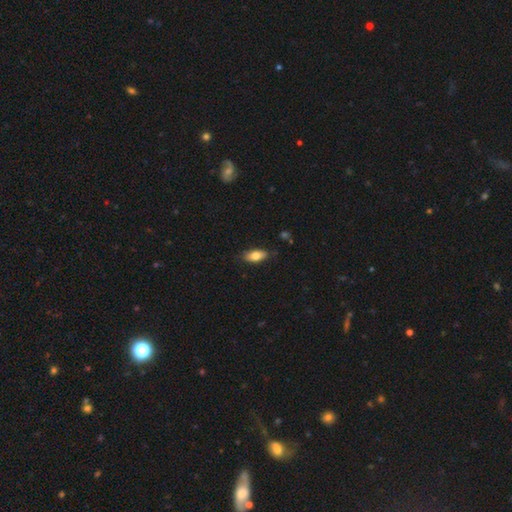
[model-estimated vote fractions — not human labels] smooth_or_featured: smooth (p=0.77) [alt: featured or disk p=0.16]
how_rounded: in between (p=0.87) [alt: cigar-shaped p=0.10]
merging: none (p=0.83) [alt: minor disturbance p=0.13]